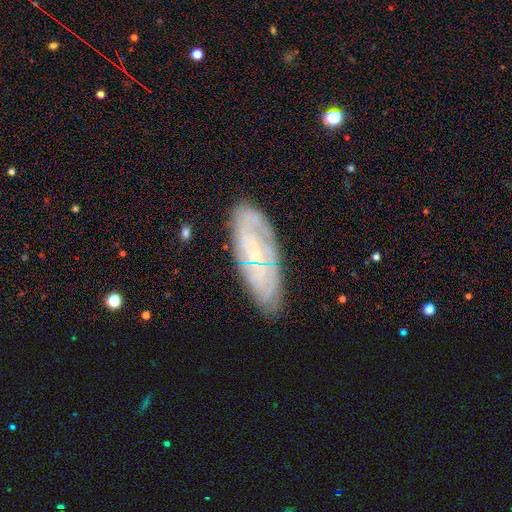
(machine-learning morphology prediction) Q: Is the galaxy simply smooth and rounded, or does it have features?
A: featured or disk — 68%.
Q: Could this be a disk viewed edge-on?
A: no — 83%.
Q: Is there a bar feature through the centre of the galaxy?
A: no — 73%.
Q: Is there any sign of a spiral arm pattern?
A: yes — 78%.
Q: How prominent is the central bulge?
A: small — 79%.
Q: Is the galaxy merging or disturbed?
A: none — 81%.